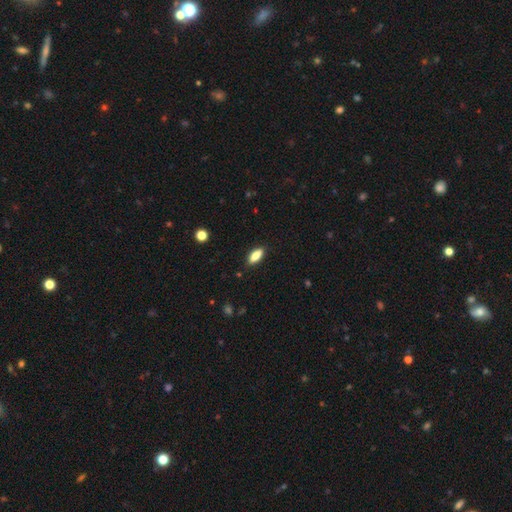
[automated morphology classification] smooth-or-featured: smooth: 84% | featured or disk: 9% | star or artifact: 7%
  how-rounded: in between: 76% | cigar-shaped: 21% | round: 3%
  merging: none: 86% | minor disturbance: 10% | major disturbance: 2% | merger: 1%